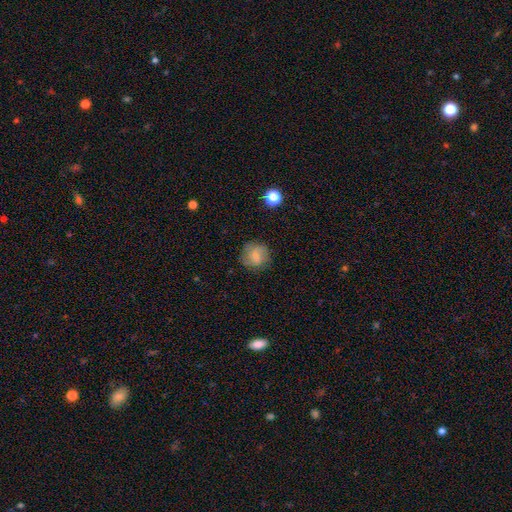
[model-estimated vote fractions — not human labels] Overall: smooth (66%). How rounded: round (87%). Merging: none (77%).